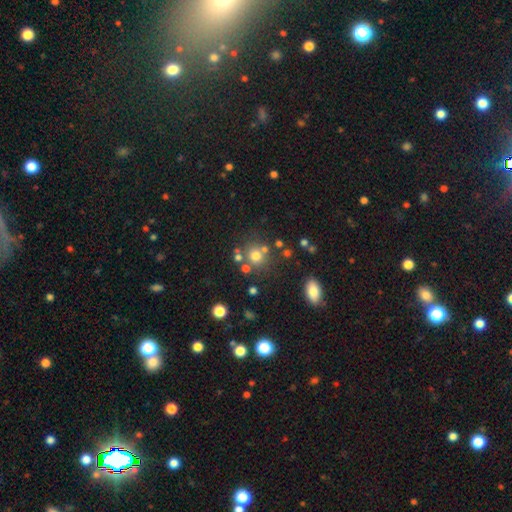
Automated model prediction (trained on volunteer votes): Q: Smooth or featured?
A: smooth (70%); runner-up: star or artifact (18%)
Q: How rounded?
A: round (87%); runner-up: in between (13%)
Q: Merging?
A: none (68%); runner-up: merger (17%)